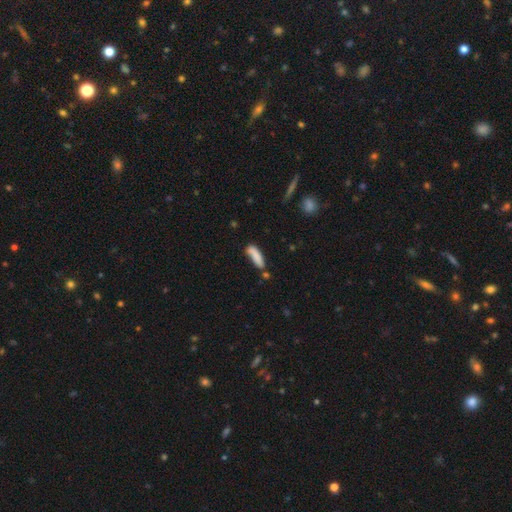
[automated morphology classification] type=smooth (82%); roundness=cigar-shaped (62%); merging=none (57%).